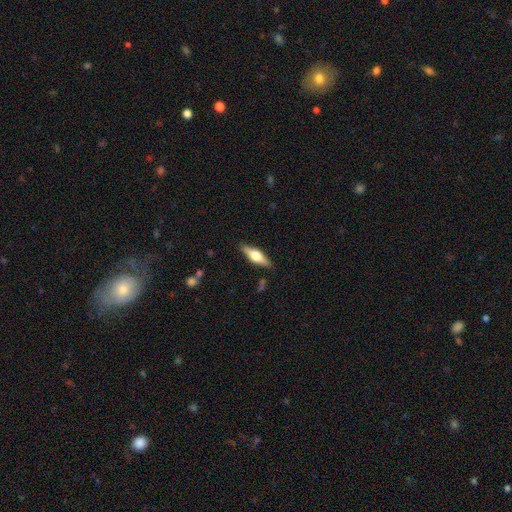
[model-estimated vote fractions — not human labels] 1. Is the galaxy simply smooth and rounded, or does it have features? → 51% featured or disk, 43% smooth, 6% star or artifact.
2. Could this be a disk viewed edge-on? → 93% yes, 7% no.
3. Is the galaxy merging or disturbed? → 86% none, 10% minor disturbance, 2% major disturbance, 2% merger.